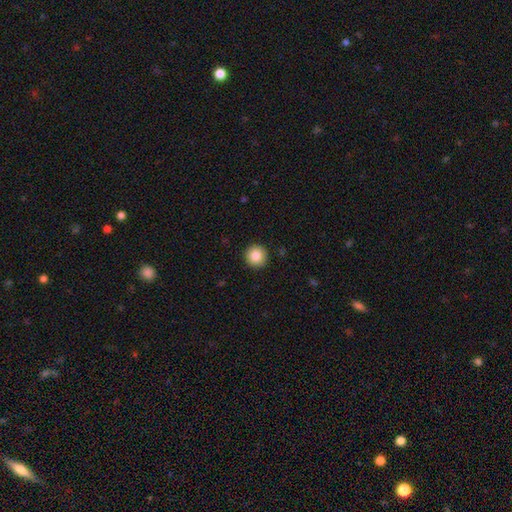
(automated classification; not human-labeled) Smooth or featured? Predicted: smooth (p=0.84). How rounded? Predicted: round (p=0.96). Merging? Predicted: none (p=0.93).